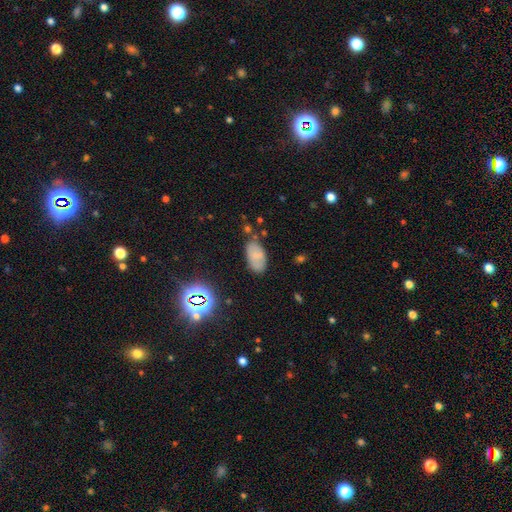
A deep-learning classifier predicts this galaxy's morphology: Smooth or featured: smooth — 70% (featured or disk — 18%)
How rounded: in between — 94% (round — 4%)
Merging: none — 71% (minor disturbance — 19%)